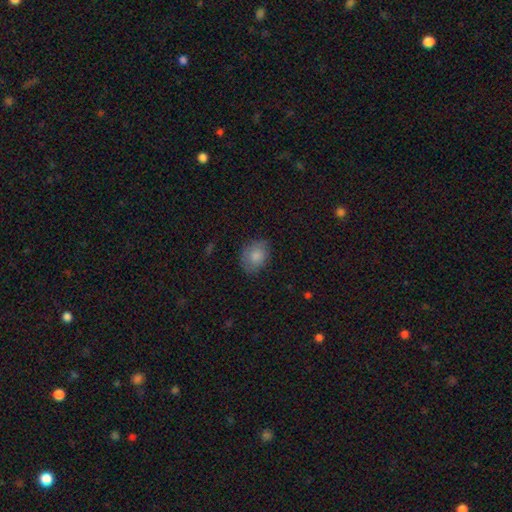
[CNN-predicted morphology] type=smooth (82%); roundness=in between (56%); merging=none (73%).